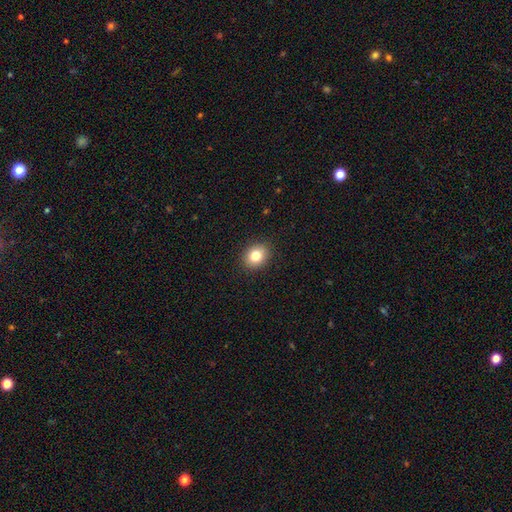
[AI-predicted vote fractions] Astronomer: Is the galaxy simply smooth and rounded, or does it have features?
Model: smooth — 82%.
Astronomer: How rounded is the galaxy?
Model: round — 56% (runner-up: in between, 43%).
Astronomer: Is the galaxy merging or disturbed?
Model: none — 90%.